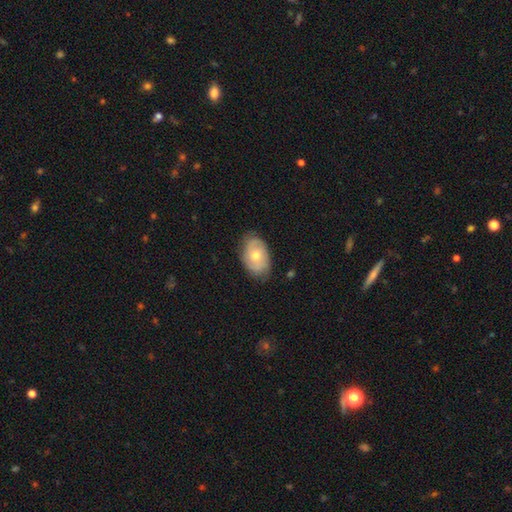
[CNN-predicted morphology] featured or disk 51%, smooth 41%, star or artifact 7%. Down the decision tree: edge-on disk — no (93%); merging — none (76%).